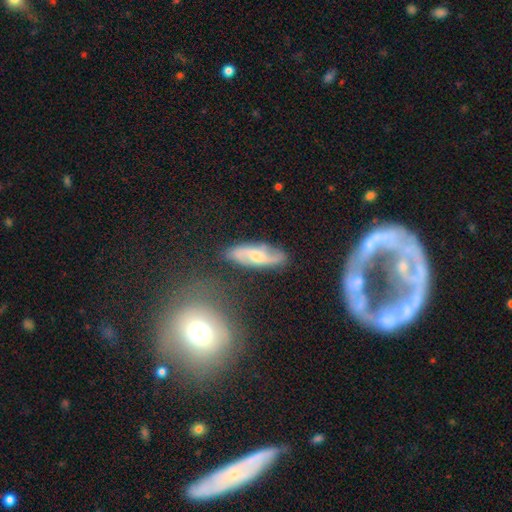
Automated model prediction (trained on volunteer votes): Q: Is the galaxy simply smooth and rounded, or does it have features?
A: featured or disk — 74%.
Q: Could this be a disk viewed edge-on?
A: no — 89%.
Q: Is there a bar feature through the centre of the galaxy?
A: no — 45%.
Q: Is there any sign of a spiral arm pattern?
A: yes — 93%.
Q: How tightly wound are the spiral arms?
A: loose — 47%.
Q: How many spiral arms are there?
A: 2 — 89%.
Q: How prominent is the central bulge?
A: moderate — 53%.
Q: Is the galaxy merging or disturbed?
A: none — 77%.